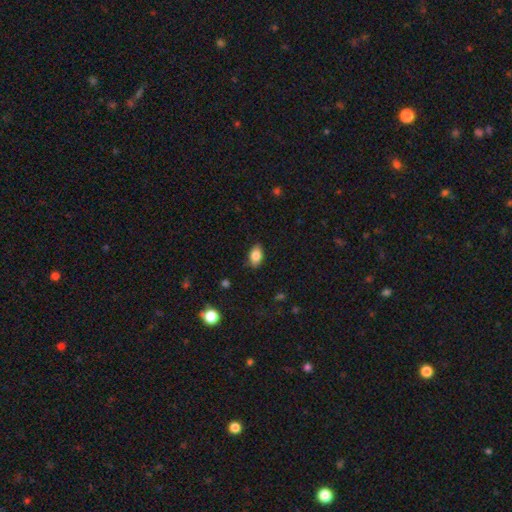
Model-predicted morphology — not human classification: Smooth or featured? smooth (83%)
How rounded? in between (88%)
Merging? none (84%)